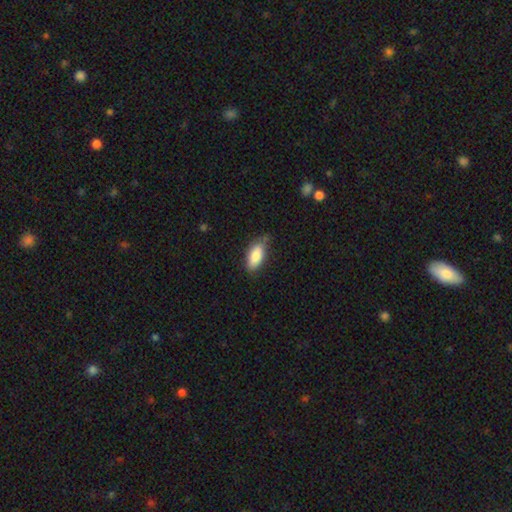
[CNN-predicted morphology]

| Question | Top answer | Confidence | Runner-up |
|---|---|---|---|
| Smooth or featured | smooth | 85% | featured or disk (9%) |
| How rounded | in between | 85% | cigar-shaped (13%) |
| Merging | none | 70% | minor disturbance (24%) |